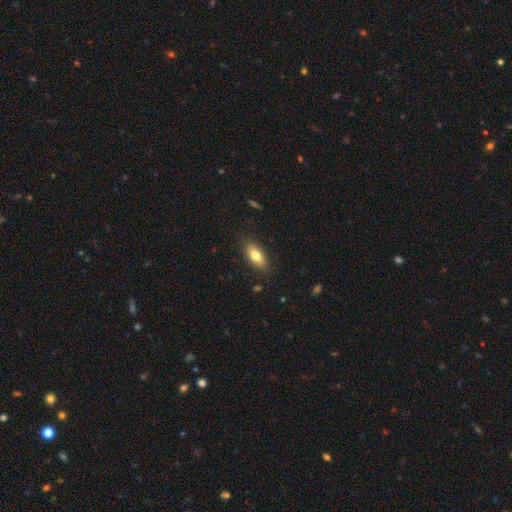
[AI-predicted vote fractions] Q: Smooth or featured?
A: smooth (76%); runner-up: featured or disk (17%)
Q: How rounded?
A: in between (81%); runner-up: cigar-shaped (15%)
Q: Merging?
A: none (85%); runner-up: minor disturbance (12%)